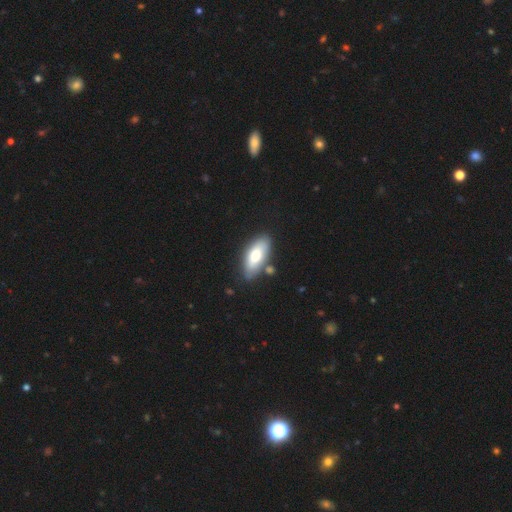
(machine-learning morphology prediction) This is likely a smooth galaxy (68%). How rounded: clearly in between (84%). Merging: likely none (74%).